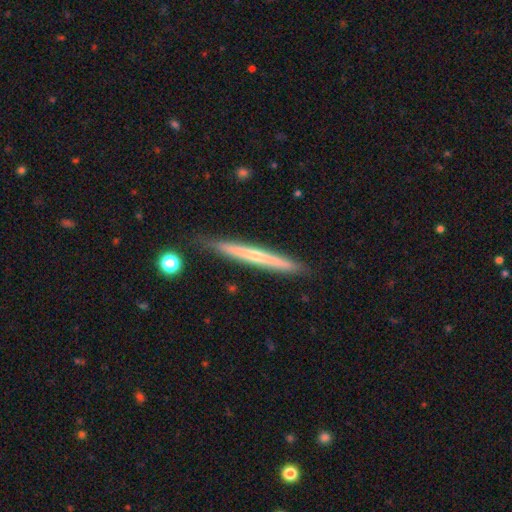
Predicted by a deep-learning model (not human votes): Q: Smooth or featured?
A: featured or disk (57%); runner-up: smooth (37%)
Q: Edge-on disk?
A: yes (97%); runner-up: no (3%)
Q: Edge-on bulge?
A: none (53%); runner-up: rounded (43%)
Q: Merging?
A: none (87%); runner-up: minor disturbance (10%)